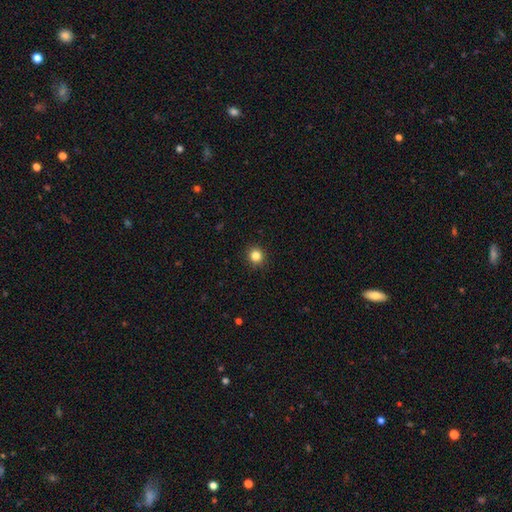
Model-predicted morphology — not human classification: Smooth or featured? smooth (84%)
How rounded? round (92%)
Merging? none (92%)